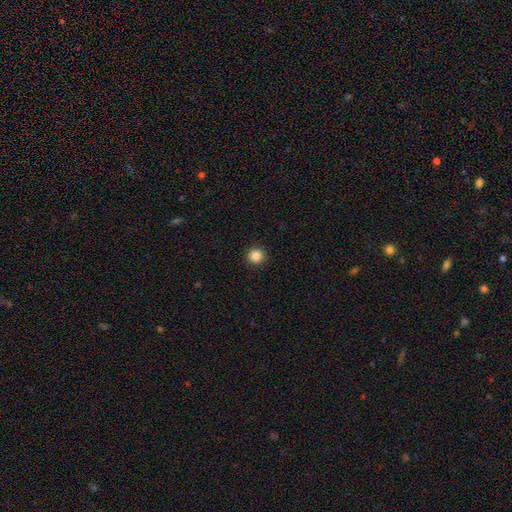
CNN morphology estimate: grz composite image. It shows a smooth galaxy with no disk features (86%) that is round (94%). Merging: none (93%).